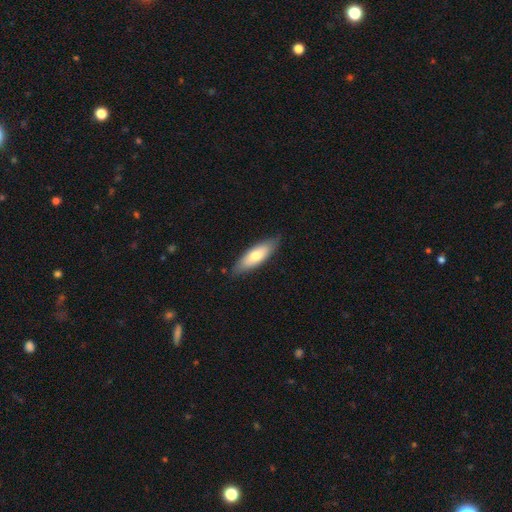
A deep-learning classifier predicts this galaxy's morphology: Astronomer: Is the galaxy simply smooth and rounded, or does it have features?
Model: smooth — 70%.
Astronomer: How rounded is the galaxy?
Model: in between — 58% (runner-up: cigar-shaped, 40%).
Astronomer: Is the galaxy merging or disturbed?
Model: none — 83%.